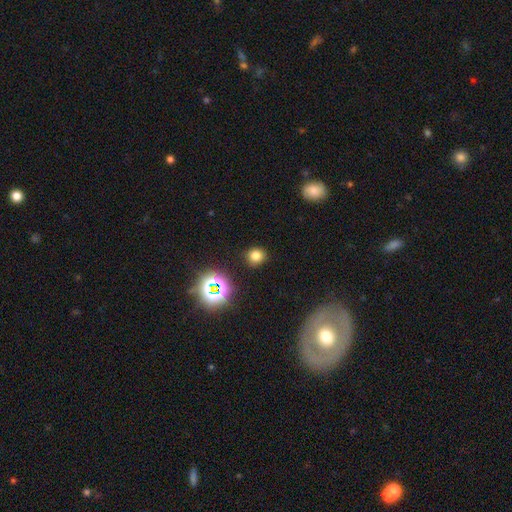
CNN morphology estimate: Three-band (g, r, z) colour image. It shows a smooth galaxy with no disk features (73%) that is round (87%). Merging: none (89%).